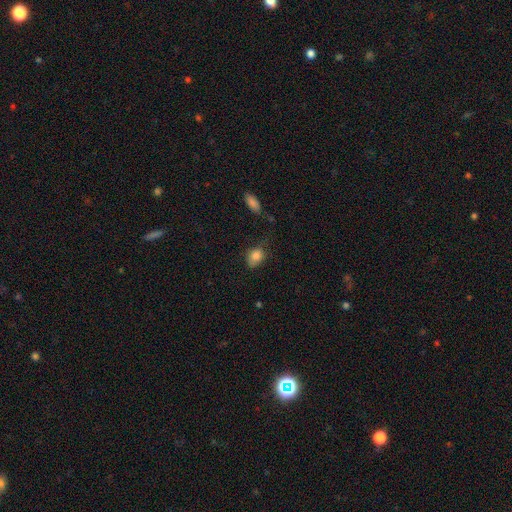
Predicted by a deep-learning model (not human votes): A smooth galaxy with no disk features (83%) that is in between round and cigar-shaped (69%). Merging: none (49%).